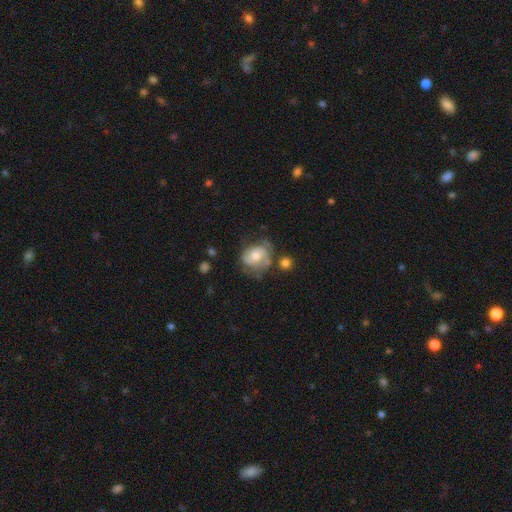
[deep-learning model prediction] Overall: featured or disk (50%; smooth 42%). Merging: none (47%; minor disturbance 28%).